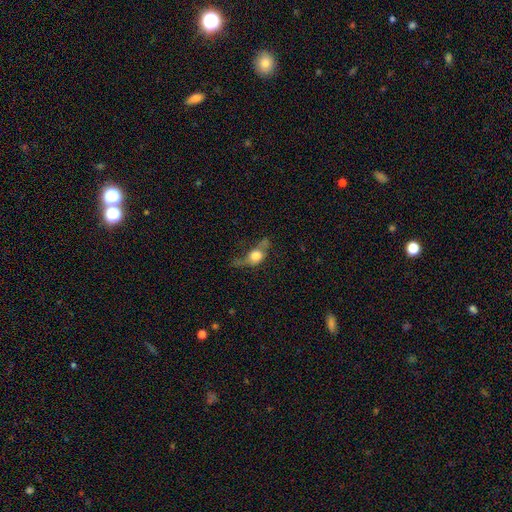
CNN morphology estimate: The model was most divided on "merging": major disturbance: 39%, none: 29%, minor disturbance: 25%, merger: 8%. More confident: smooth or featured — smooth (56%); how rounded — in between (51%).